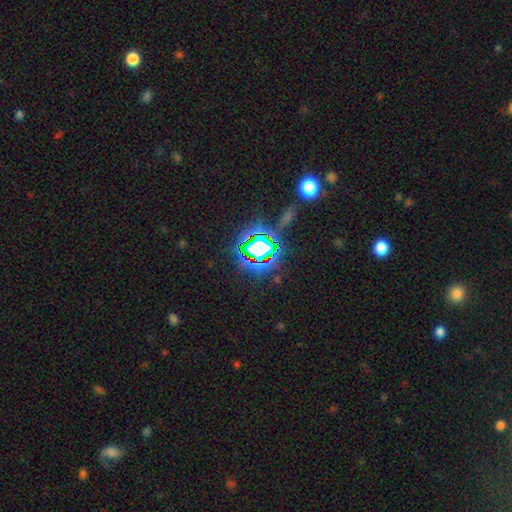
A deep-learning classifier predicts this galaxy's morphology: A star or artifact, not a galaxy (81%).